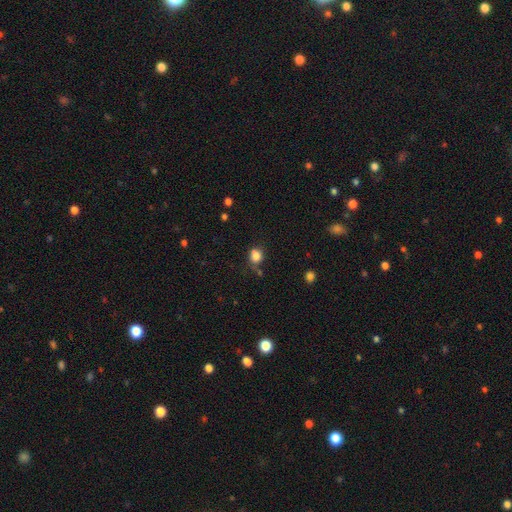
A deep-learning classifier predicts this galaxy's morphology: Overall: smooth (82%). How rounded: round (64%; in between 35%). Merging: none (63%).